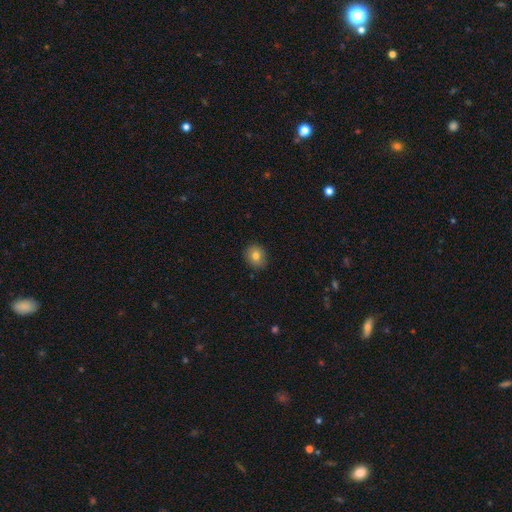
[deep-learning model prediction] smooth 79%, star or artifact 11%, featured or disk 10%. Down the decision tree: how rounded — round (70%); merging — none (89%).